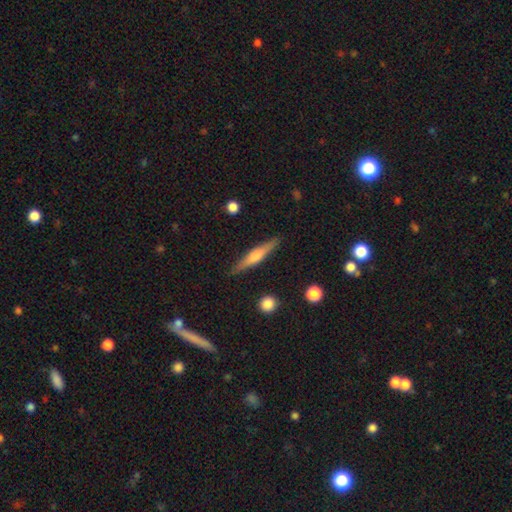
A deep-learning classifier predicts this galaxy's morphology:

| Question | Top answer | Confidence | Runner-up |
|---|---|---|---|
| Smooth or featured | featured or disk | 56% | smooth (38%) |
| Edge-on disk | yes | 96% | no (4%) |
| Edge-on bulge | rounded | 76% | boxy (13%) |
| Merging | none | 89% | minor disturbance (8%) |